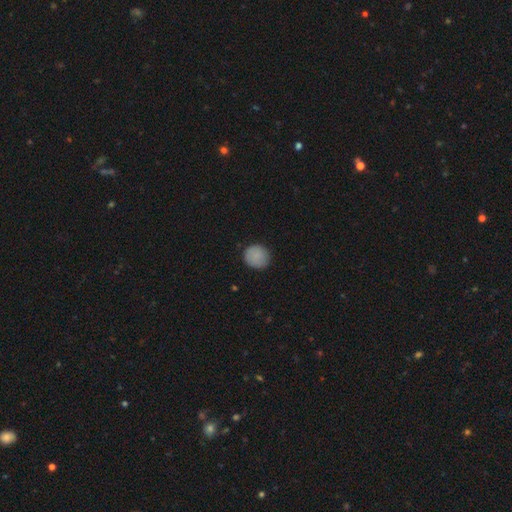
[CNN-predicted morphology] smooth_or_featured: smooth (p=0.87) [alt: star or artifact p=0.08]
how_rounded: round (p=0.90) [alt: in between p=0.09]
merging: none (p=0.86) [alt: minor disturbance p=0.11]